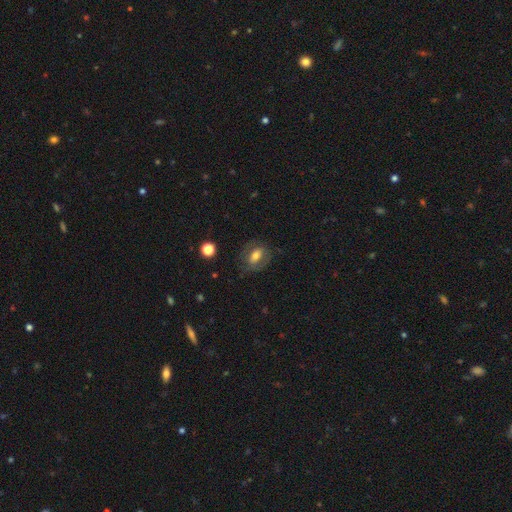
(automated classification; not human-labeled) Smooth or featured? smooth (51%)
How rounded? in between (75%)
Merging? none (70%)